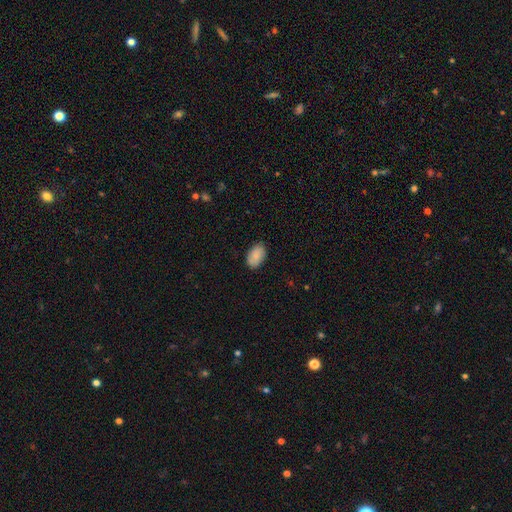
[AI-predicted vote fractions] A smooth galaxy with no disk features (86%) that is in between round and cigar-shaped (92%). Merging: none (85%).